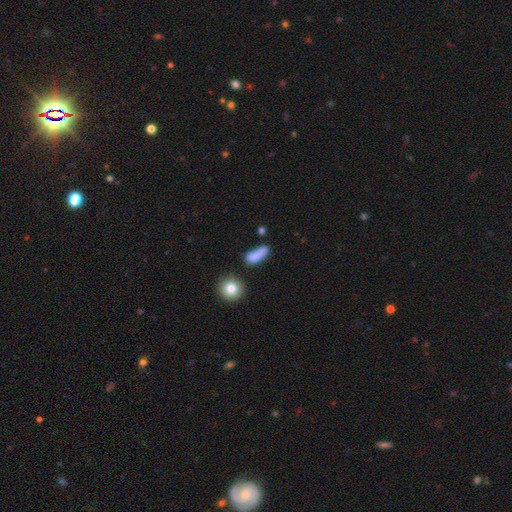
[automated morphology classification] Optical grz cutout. It shows a smooth galaxy with no disk features (73%) that is in between round and cigar-shaped (66%). Merging: none (36%).